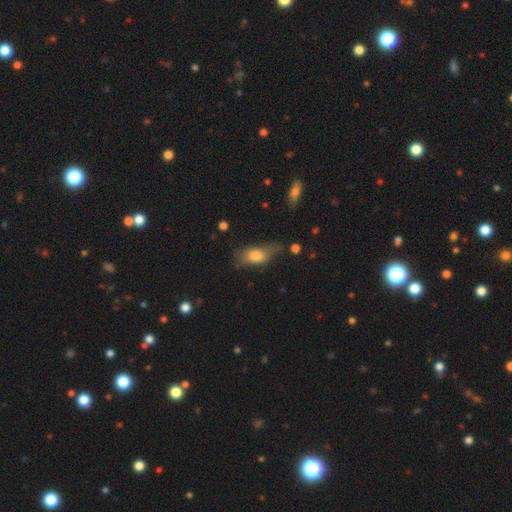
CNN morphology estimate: Smooth or featured: smooth — 74% (featured or disk — 18%)
How rounded: in between — 83% (cigar-shaped — 12%)
Merging: none — 52% (minor disturbance — 31%)